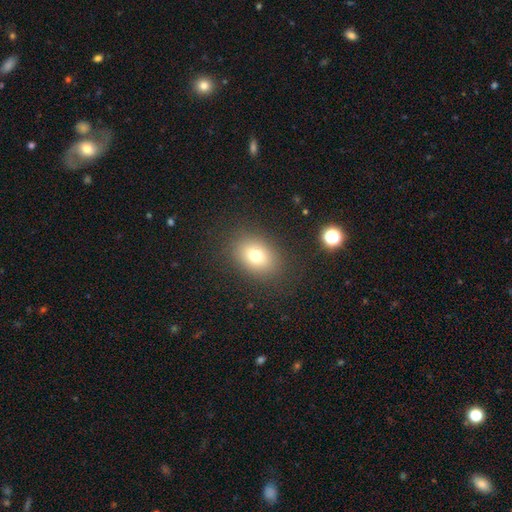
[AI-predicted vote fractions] smooth_or_featured: smooth (p=0.74) [alt: star or artifact p=0.14]
how_rounded: in between (p=0.64) [alt: round p=0.35]
merging: none (p=0.85) [alt: minor disturbance p=0.09]